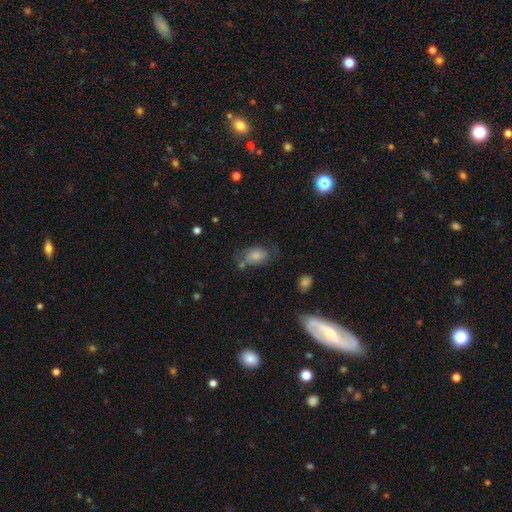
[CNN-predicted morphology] The model was most divided on "merging": none: 48%, minor disturbance: 26%, major disturbance: 18%, merger: 8%. More confident: how rounded — in between (85%); smooth or featured — smooth (66%).